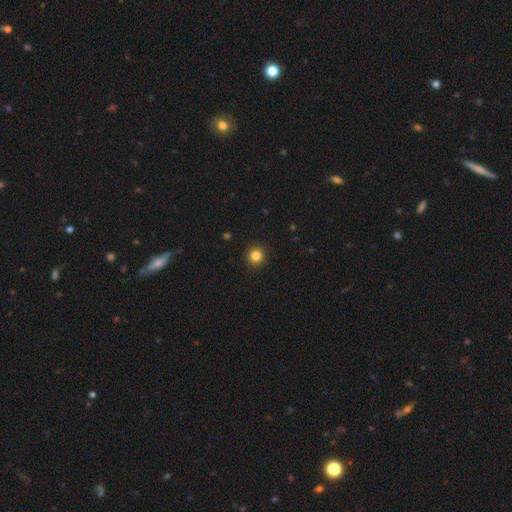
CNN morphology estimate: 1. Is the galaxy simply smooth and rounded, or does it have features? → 84% smooth, 12% star or artifact, 4% featured or disk.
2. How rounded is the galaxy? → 93% round, 6% in between, 1% cigar-shaped.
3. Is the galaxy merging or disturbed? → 93% none, 4% minor disturbance, 2% major disturbance, 1% merger.